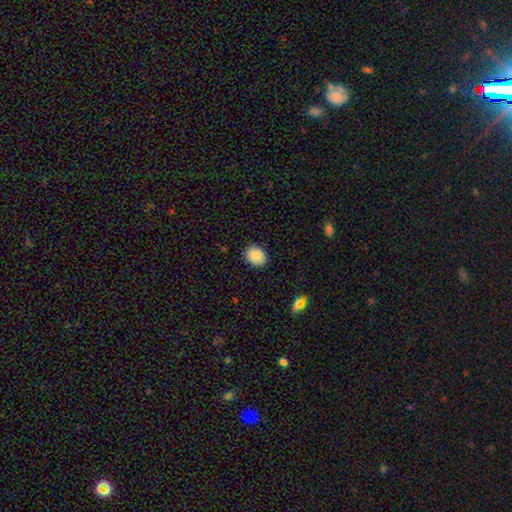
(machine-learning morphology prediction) smooth-or-featured: smooth: 89% | star or artifact: 7% | featured or disk: 4%
  how-rounded: in between: 56% | round: 43% | cigar-shaped: 1%
  merging: none: 87% | minor disturbance: 10% | major disturbance: 2% | merger: 1%